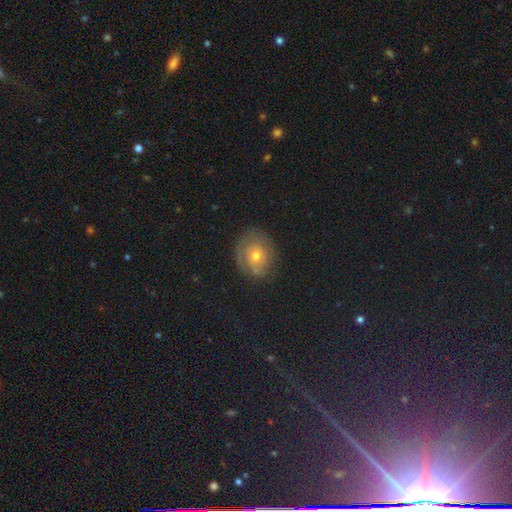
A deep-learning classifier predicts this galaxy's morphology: Smooth or featured? Predicted: smooth (p=0.42). Merging? Predicted: none (p=0.75).